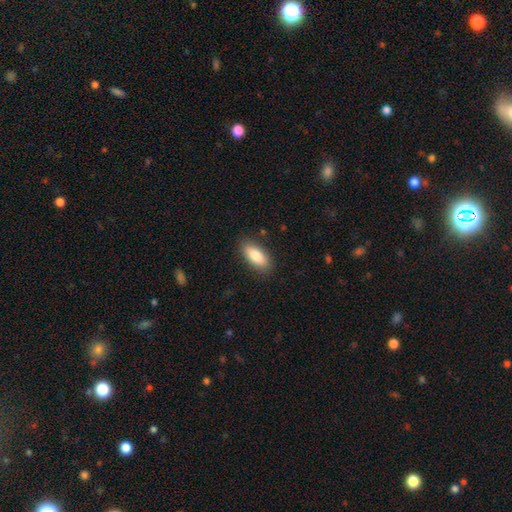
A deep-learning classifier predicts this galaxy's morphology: Q: Smooth or featured?
A: smooth (84%); runner-up: featured or disk (10%)
Q: How rounded?
A: in between (82%); runner-up: cigar-shaped (16%)
Q: Merging?
A: none (86%); runner-up: minor disturbance (10%)